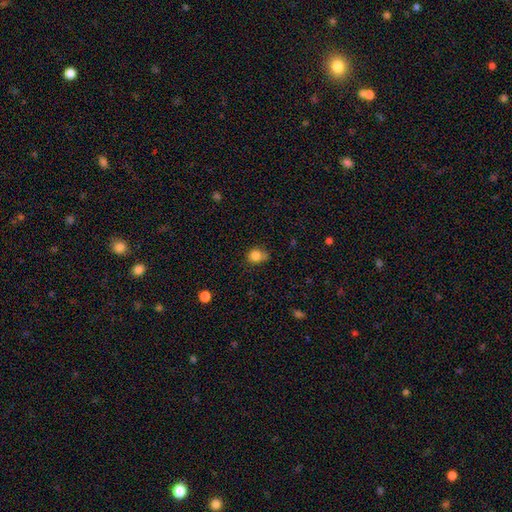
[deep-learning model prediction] Smooth or featured?
  - smooth: 82% *
  - star or artifact: 12%
  - featured or disk: 6%
How rounded?
  - round: 78% *
  - in between: 21%
  - cigar-shaped: 1%
Merging?
  - none: 58% *
  - minor disturbance: 25%
  - merger: 11%
  - major disturbance: 6%